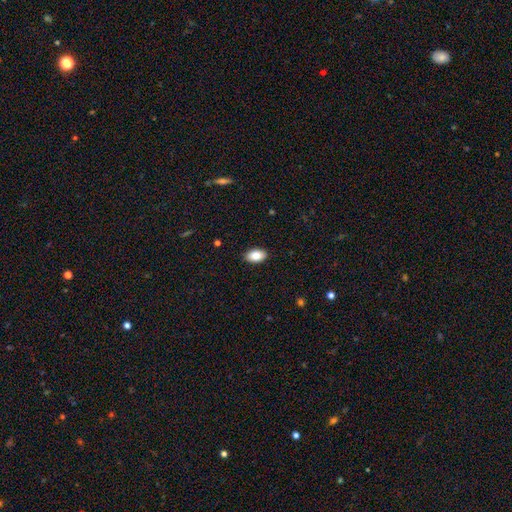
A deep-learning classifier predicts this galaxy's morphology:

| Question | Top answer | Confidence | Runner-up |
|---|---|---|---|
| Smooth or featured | smooth | 85% | star or artifact (7%) |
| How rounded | in between | 92% | round (6%) |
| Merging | none | 89% | minor disturbance (8%) |